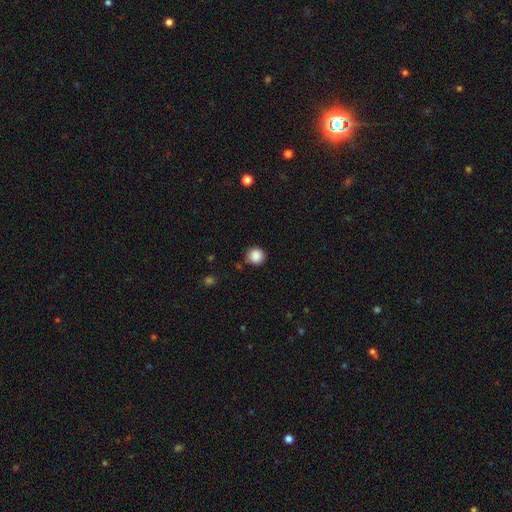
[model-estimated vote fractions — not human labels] smooth_or_featured: smooth (p=0.88) [alt: star or artifact p=0.10]
how_rounded: round (p=0.93) [alt: in between p=0.06]
merging: none (p=0.86) [alt: minor disturbance p=0.09]